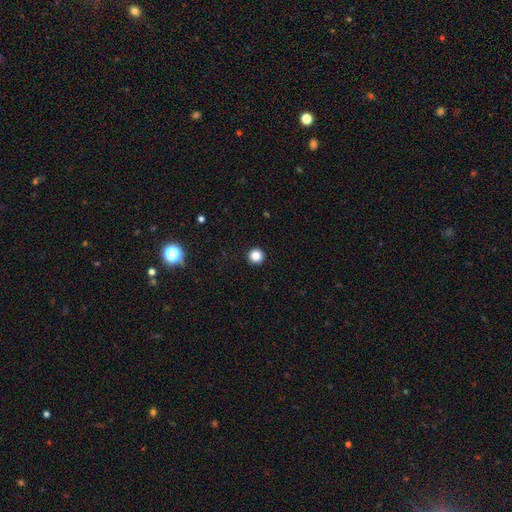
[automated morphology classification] Smooth or featured: smooth — 85% (star or artifact — 12%)
How rounded: round — 96% (in between — 3%)
Merging: none — 93% (minor disturbance — 4%)